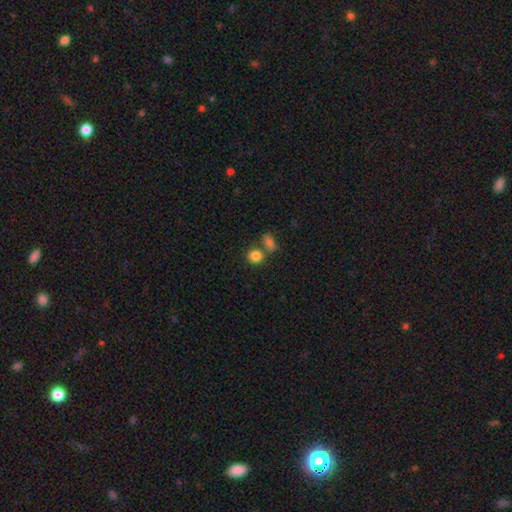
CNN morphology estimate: Q: Smooth or featured?
A: smooth (84%); runner-up: star or artifact (10%)
Q: How rounded?
A: round (72%); runner-up: in between (26%)
Q: Merging?
A: none (57%); runner-up: merger (29%)